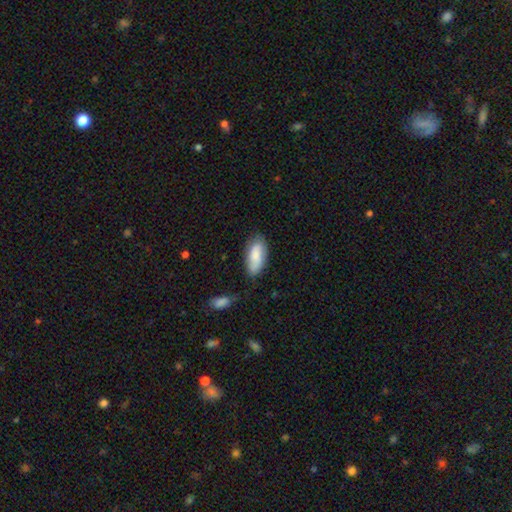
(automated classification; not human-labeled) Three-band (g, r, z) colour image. It shows a smooth galaxy with no disk features (78%) that is in between round and cigar-shaped (88%). Merging: none (73%).